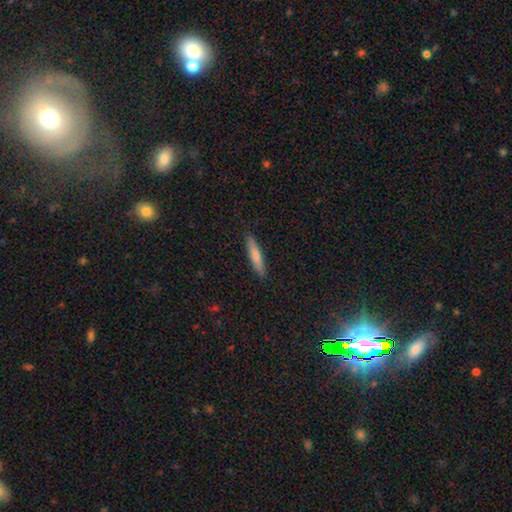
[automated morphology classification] Smooth or featured? Predicted: smooth (p=0.75). How rounded? Predicted: cigar-shaped (p=0.90). Merging? Predicted: none (p=0.90).